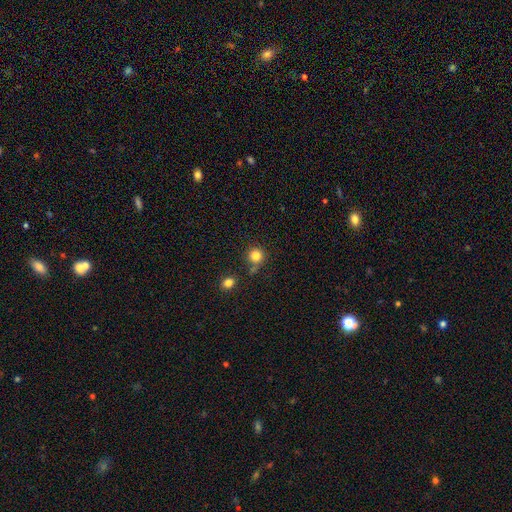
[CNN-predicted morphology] A smooth galaxy with no disk features (83%) that is round (93%). Merging: none (72%).